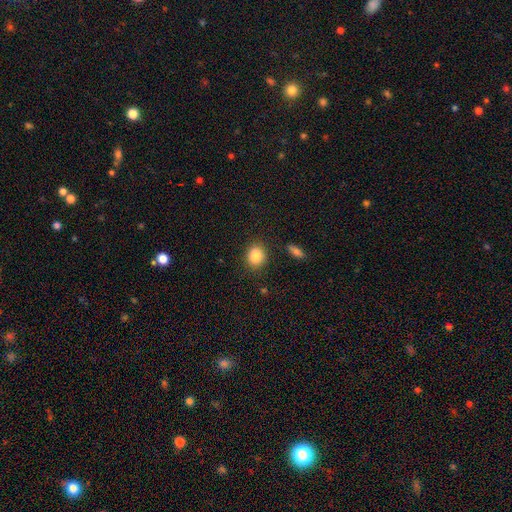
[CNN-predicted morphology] Smooth or featured?
  - smooth: 85% *
  - star or artifact: 9%
  - featured or disk: 6%
How rounded?
  - round: 69% *
  - in between: 30%
  - cigar-shaped: 1%
Merging?
  - none: 86% *
  - minor disturbance: 9%
  - major disturbance: 3%
  - merger: 2%